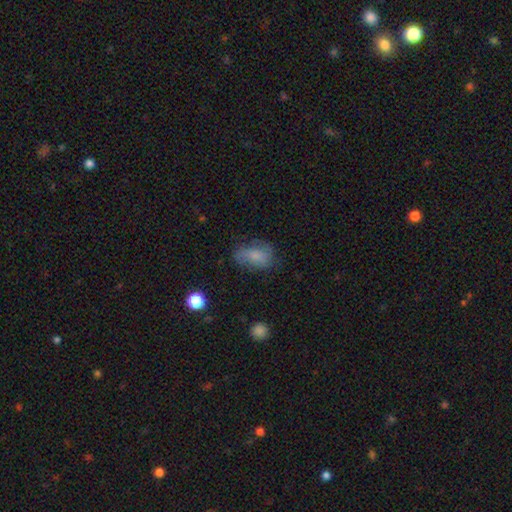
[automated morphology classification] This is likely a smooth galaxy (68%). How rounded: clearly in between (85%). Merging: possibly none (56%).